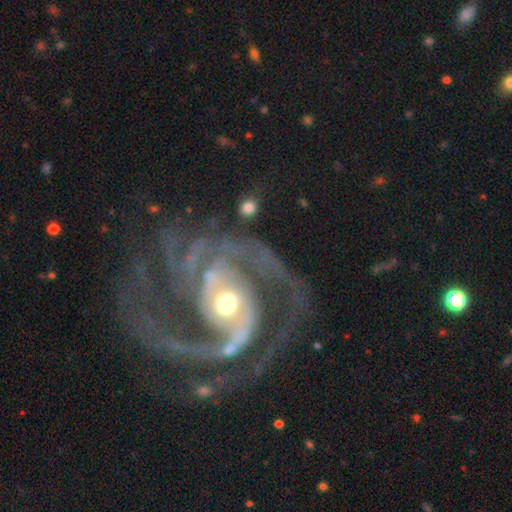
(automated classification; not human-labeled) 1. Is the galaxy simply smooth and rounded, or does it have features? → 93% featured or disk, 5% star or artifact, 2% smooth.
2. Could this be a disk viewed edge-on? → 98% no, 2% yes.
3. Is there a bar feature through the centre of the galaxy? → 44% no, 31% weak, 25% strong.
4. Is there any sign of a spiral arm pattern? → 99% yes, 1% no.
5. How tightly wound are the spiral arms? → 51% medium, 40% tight, 9% loose.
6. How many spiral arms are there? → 39% 2, 31% 3, 9% can't tell, 8% 4, 7% more than 4, 7% 1.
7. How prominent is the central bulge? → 63% moderate, 26% small, 9% large, 1% none, 1% dominant.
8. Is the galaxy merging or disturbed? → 62% none, 18% major disturbance, 17% minor disturbance, 3% merger.